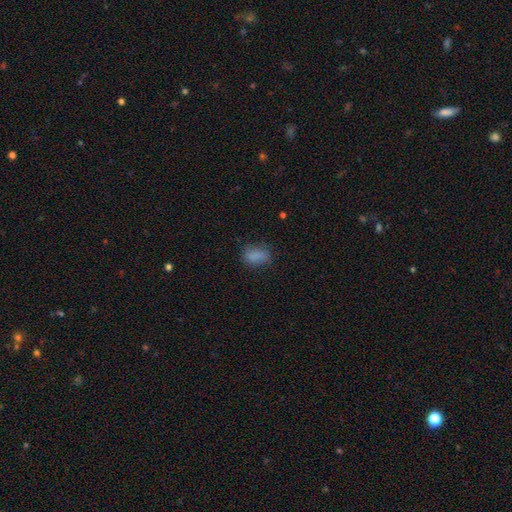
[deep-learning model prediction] The model was most divided on "merging": none: 64%, minor disturbance: 25%, major disturbance: 10%, merger: 2%. More confident: smooth or featured — smooth (81%); how rounded — in between (80%).